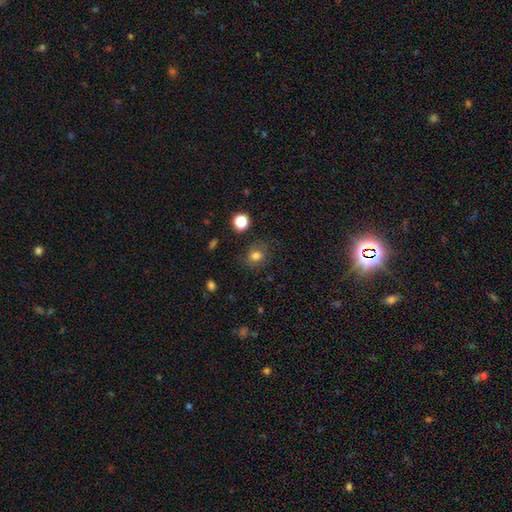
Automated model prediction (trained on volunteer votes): Q: Smooth or featured?
A: smooth (77%); runner-up: star or artifact (14%)
Q: How rounded?
A: round (66%); runner-up: in between (33%)
Q: Merging?
A: none (76%); runner-up: minor disturbance (16%)